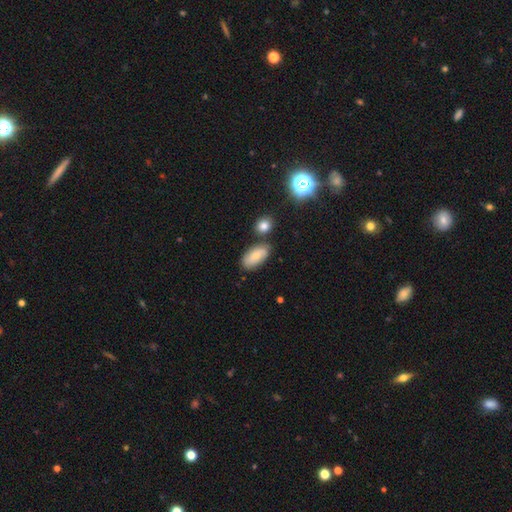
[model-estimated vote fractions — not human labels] Q: Smooth or featured?
A: smooth (73%); runner-up: featured or disk (19%)
Q: How rounded?
A: in between (91%); runner-up: cigar-shaped (5%)
Q: Merging?
A: none (69%); runner-up: minor disturbance (18%)